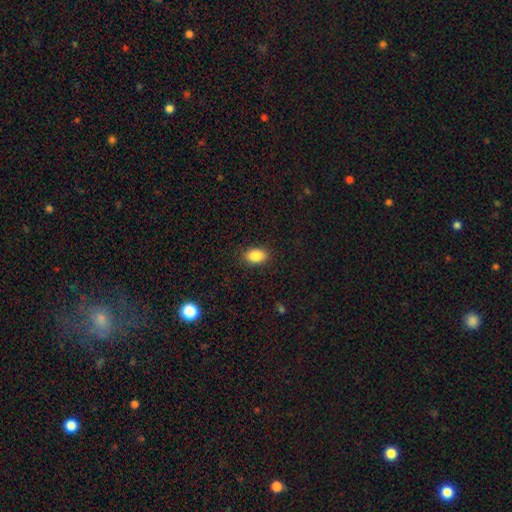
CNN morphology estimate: type=smooth (87%); roundness=in between (84%); merging=none (88%).